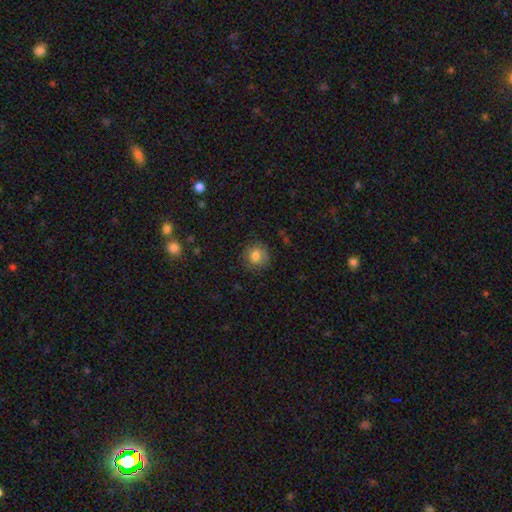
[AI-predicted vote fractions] smooth-or-featured: smooth: 81% | star or artifact: 10% | featured or disk: 9%
  how-rounded: round: 89% | in between: 10% | cigar-shaped: 1%
  merging: none: 82% | minor disturbance: 13% | major disturbance: 4% | merger: 1%